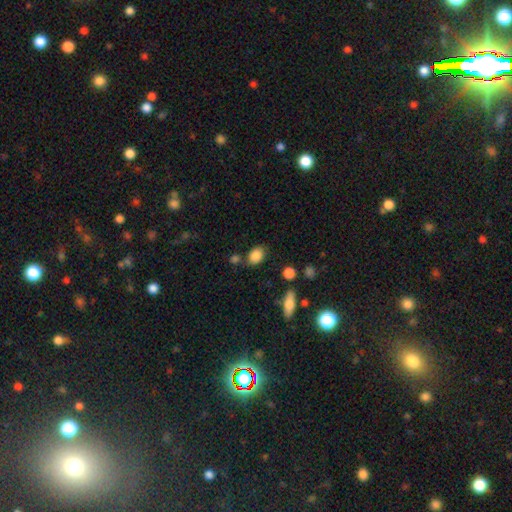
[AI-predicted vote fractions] smooth-or-featured: smooth: 86% | star or artifact: 9% | featured or disk: 5%
  how-rounded: in between: 69% | round: 29% | cigar-shaped: 2%
  merging: none: 73% | minor disturbance: 14% | merger: 9% | major disturbance: 4%